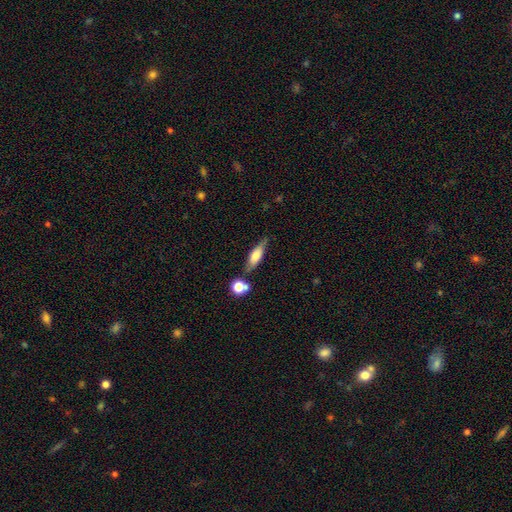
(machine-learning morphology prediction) Q: Smooth or featured?
A: smooth (59%); runner-up: featured or disk (33%)
Q: How rounded?
A: in between (50%); runner-up: cigar-shaped (45%)
Q: Merging?
A: none (61%); runner-up: minor disturbance (21%)